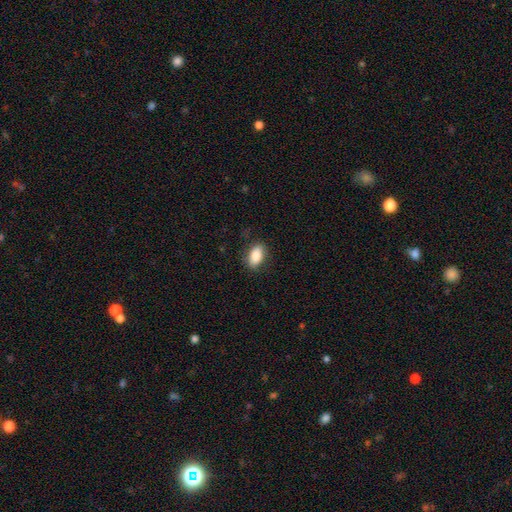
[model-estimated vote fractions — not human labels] Morphology: type=smooth (84%); roundness=in between (90%); merging=none (83%).